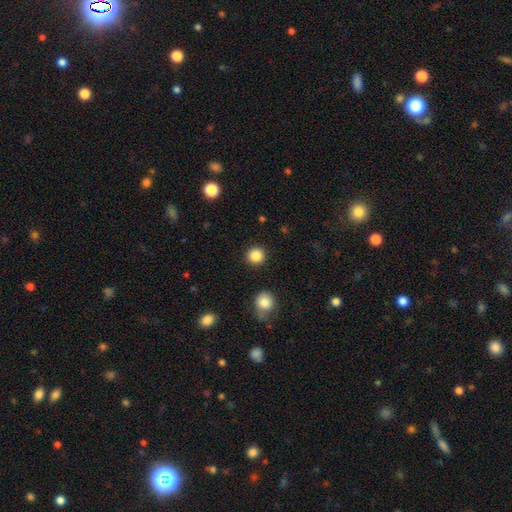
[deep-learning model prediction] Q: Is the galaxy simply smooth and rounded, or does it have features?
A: smooth — 87%.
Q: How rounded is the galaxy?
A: round — 93%.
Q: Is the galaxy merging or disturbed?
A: none — 91%.